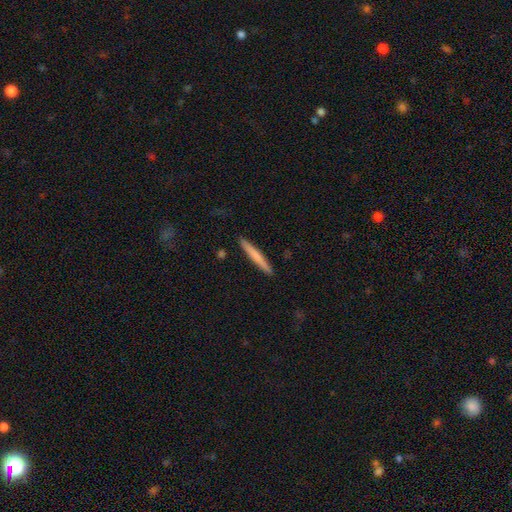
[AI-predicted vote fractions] This is likely a smooth galaxy (70%). How rounded: clearly cigar-shaped (96%). Merging: clearly none (92%).